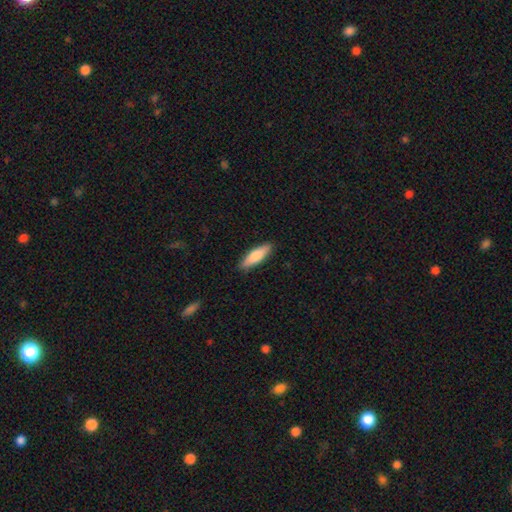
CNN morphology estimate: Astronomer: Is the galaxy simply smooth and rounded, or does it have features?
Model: smooth — 76%.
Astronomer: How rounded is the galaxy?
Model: cigar-shaped — 61% (runner-up: in between, 38%).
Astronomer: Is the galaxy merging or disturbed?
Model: none — 89%.